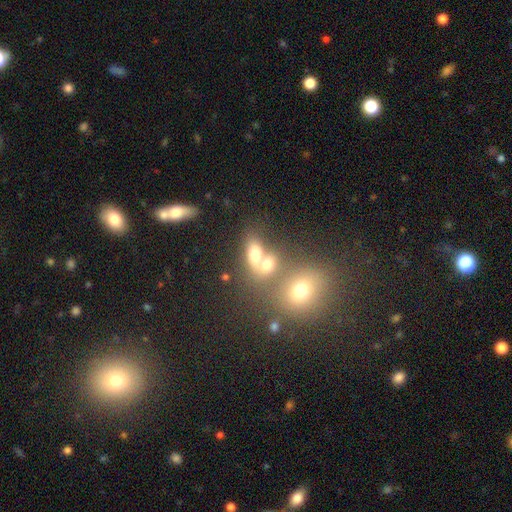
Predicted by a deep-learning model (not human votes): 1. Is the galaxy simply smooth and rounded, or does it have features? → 65% smooth, 19% featured or disk, 16% star or artifact.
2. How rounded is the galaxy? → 68% in between, 27% round, 5% cigar-shaped.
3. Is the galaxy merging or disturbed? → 48% merger, 36% none, 10% minor disturbance, 6% major disturbance.